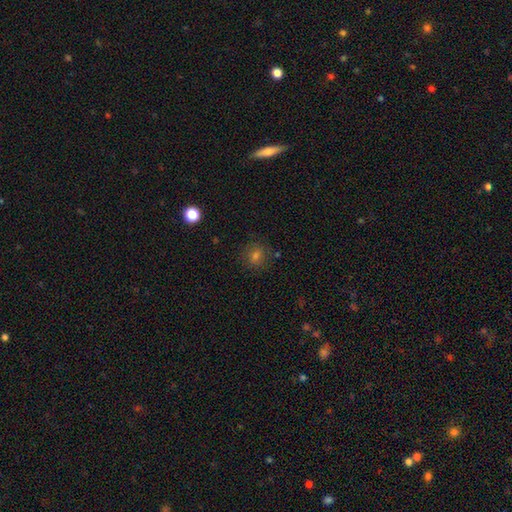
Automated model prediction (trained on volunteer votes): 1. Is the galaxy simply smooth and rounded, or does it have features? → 65% smooth, 25% star or artifact, 10% featured or disk.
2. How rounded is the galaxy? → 80% round, 19% in between, 1% cigar-shaped.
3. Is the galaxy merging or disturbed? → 85% none, 9% minor disturbance, 3% major disturbance, 2% merger.